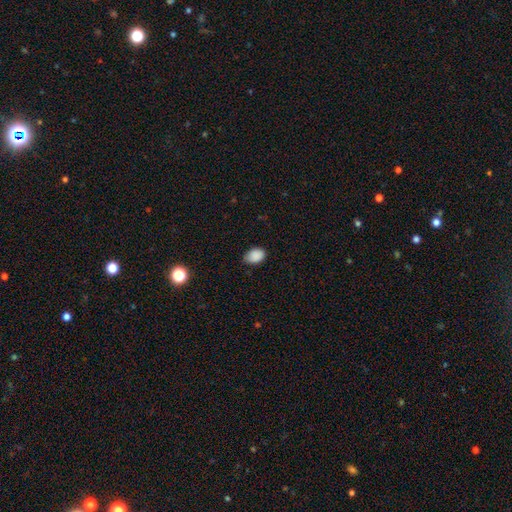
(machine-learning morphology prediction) Smooth or featured? Predicted: smooth (p=0.88). How rounded? Predicted: in between (p=0.77). Merging? Predicted: none (p=0.67).